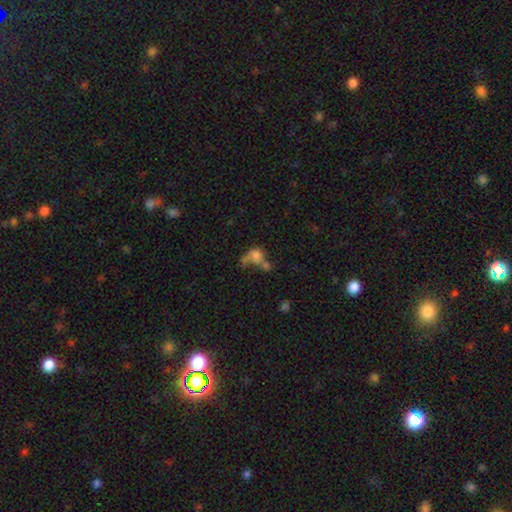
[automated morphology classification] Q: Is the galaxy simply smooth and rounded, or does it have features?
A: smooth — 62%.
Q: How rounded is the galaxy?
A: in between — 59%.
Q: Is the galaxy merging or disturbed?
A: merger — 51%.